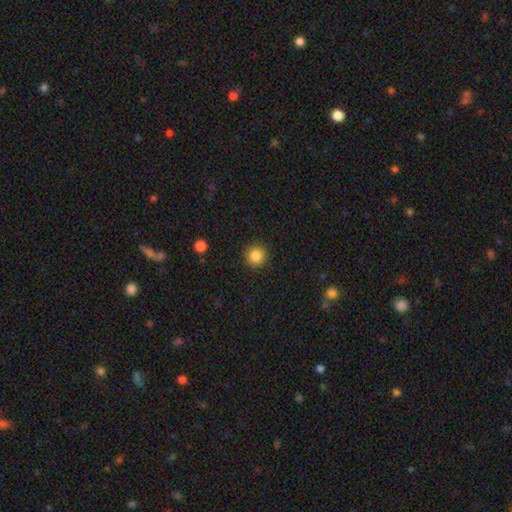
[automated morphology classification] Smooth or featured: smooth — 86% (star or artifact — 10%)
How rounded: round — 95% (in between — 4%)
Merging: none — 91% (minor disturbance — 5%)